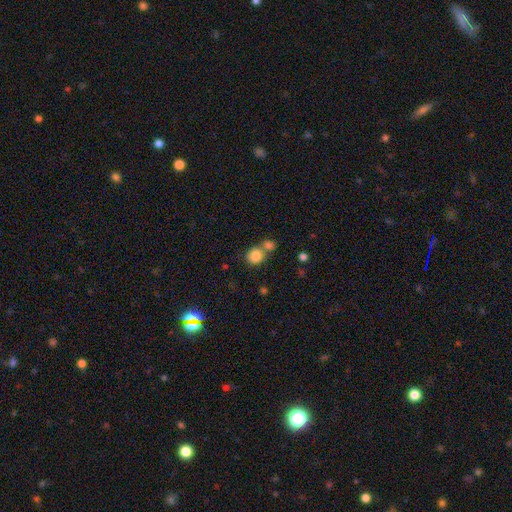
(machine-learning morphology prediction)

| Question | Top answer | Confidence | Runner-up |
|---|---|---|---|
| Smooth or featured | smooth | 83% | star or artifact (10%) |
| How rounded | round | 80% | in between (19%) |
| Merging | none | 49% | merger (39%) |